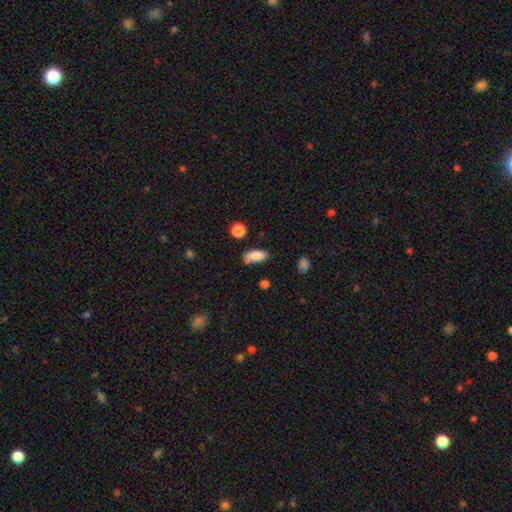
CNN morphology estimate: A smooth galaxy with no disk features (85%) that is in between round and cigar-shaped (86%).

Vote fractions:
- Smooth or featured? smooth: 85% / star or artifact: 8% / featured or disk: 7%
- How rounded? in between: 86% / cigar-shaped: 11% / round: 3%
- Merging? none: 68% / minor disturbance: 21% / merger: 5% / major disturbance: 5%